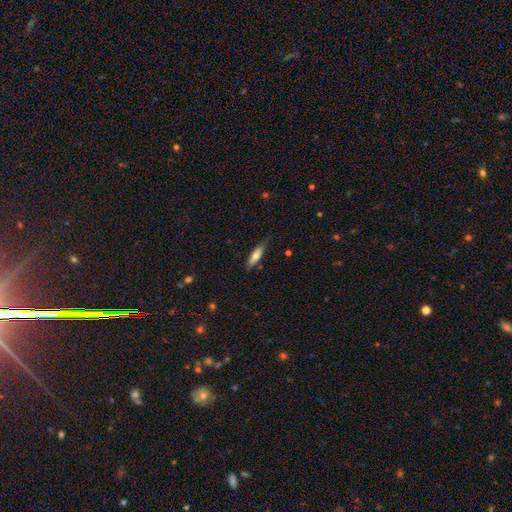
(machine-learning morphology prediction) A smooth galaxy with no disk features (63%) that is cigar-shaped (71%). Merging: none (71%).